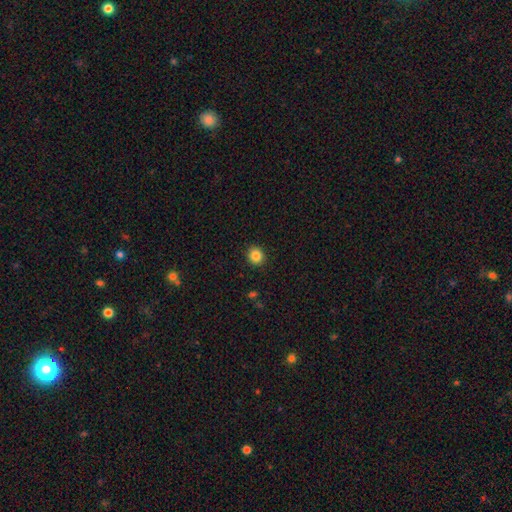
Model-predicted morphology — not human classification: smooth 86%, star or artifact 10%, featured or disk 4%. Down the decision tree: how rounded — round (84%); merging — none (92%).